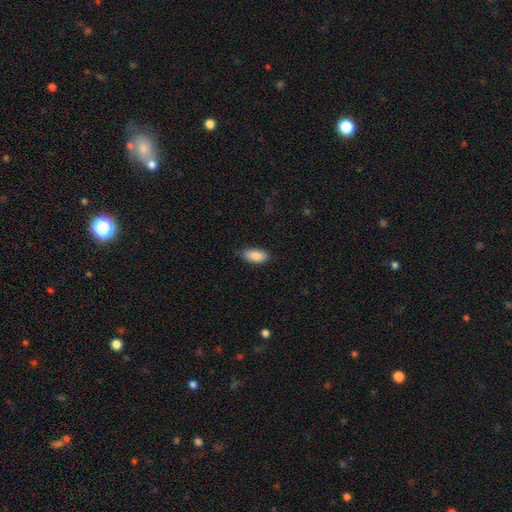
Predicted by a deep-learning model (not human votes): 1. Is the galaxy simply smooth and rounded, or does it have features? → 88% smooth, 6% star or artifact, 5% featured or disk.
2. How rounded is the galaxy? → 91% in between, 7% cigar-shaped, 2% round.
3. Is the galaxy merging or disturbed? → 77% none, 19% minor disturbance, 3% major disturbance, 1% merger.